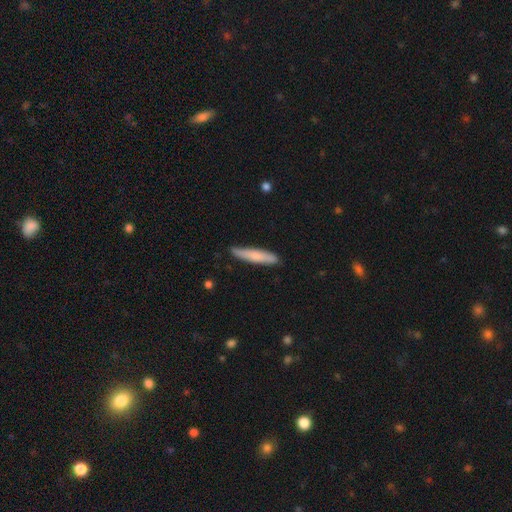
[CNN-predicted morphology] A smooth galaxy with no disk features (72%) that is cigar-shaped (90%). Merging: none (85%).